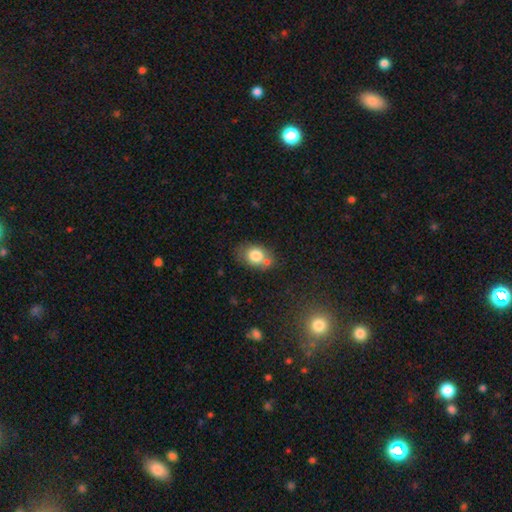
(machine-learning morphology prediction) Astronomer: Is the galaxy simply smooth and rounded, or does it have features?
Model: smooth — 79%.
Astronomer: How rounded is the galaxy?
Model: in between — 55% (runner-up: round, 44%).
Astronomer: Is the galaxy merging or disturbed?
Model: none — 55%.